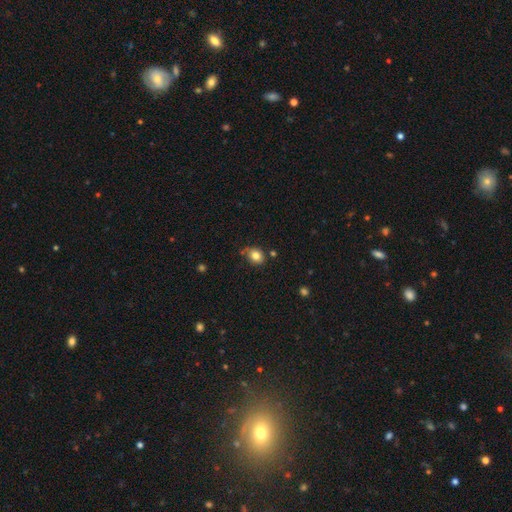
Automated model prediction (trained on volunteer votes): Smooth or featured? Predicted: smooth (p=0.81). How rounded? Predicted: round (p=0.50). Merging? Predicted: none (p=0.70).